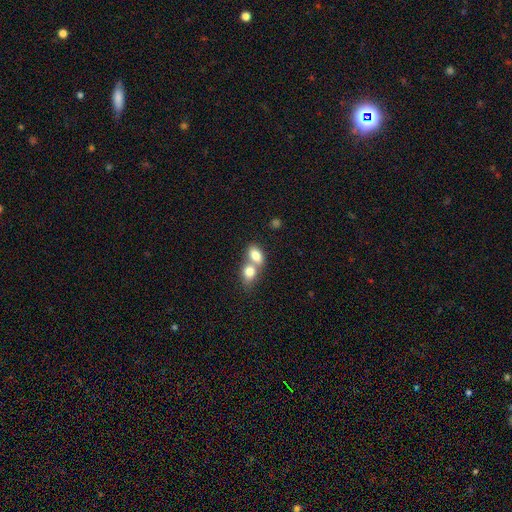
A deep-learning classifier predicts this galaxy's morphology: Smooth or featured?
  - smooth: 79% *
  - featured or disk: 13%
  - star or artifact: 8%
How rounded?
  - in between: 78% *
  - round: 20%
  - cigar-shaped: 2%
Merging?
  - merger: 68% *
  - none: 23%
  - minor disturbance: 6%
  - major disturbance: 3%